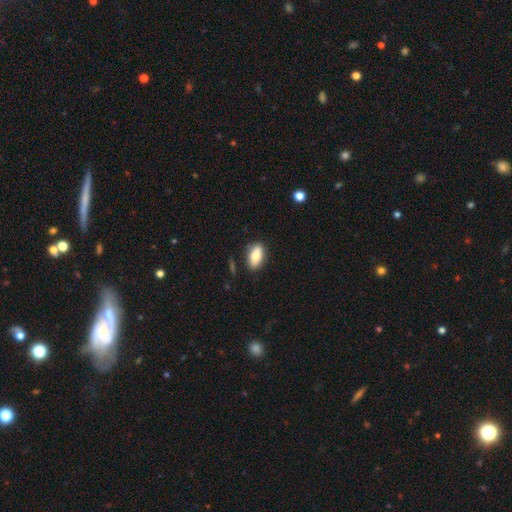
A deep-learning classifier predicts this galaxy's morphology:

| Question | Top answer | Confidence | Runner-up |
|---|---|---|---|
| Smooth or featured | smooth | 79% | featured or disk (15%) |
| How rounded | in between | 87% | cigar-shaped (9%) |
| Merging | none | 83% | minor disturbance (12%) |